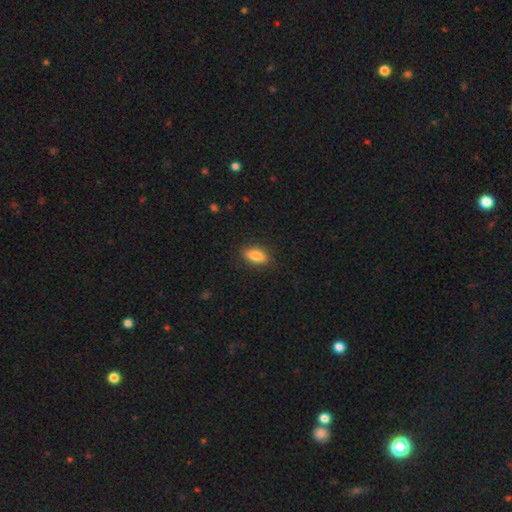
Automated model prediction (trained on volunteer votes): Smooth or featured? smooth (84%)
How rounded? in between (85%)
Merging? none (84%)